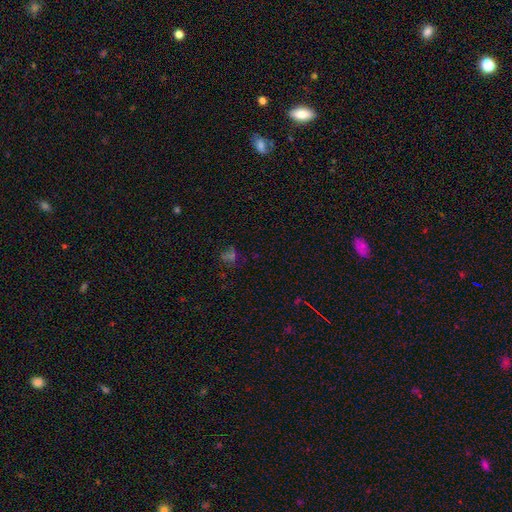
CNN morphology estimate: This appears to be a star or artifact, not a galaxy (48%).